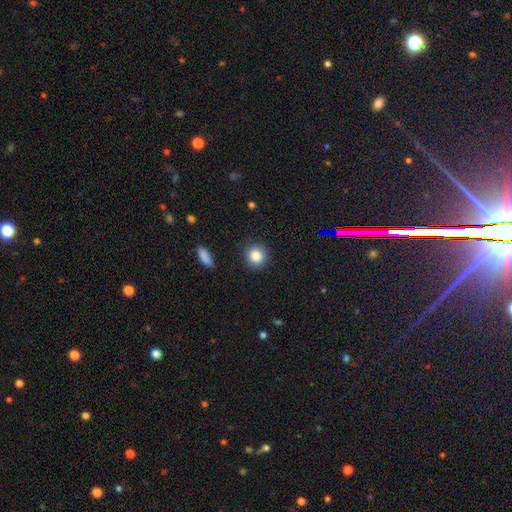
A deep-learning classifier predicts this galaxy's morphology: A smooth galaxy with no disk features (86%) that is round (90%). Merging: none (87%).